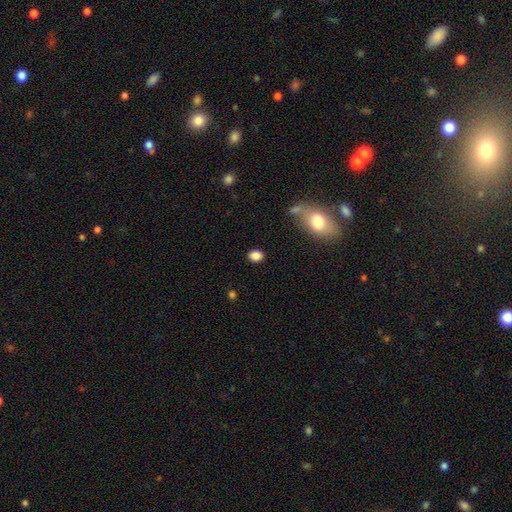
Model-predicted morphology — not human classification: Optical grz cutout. It shows a smooth galaxy with no disk features (86%) that is in between round and cigar-shaped (64%). Merging: none (86%).